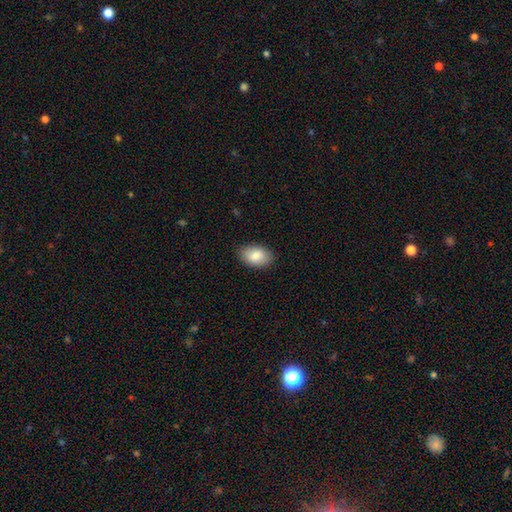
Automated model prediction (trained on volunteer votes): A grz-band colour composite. It shows a smooth galaxy with no disk features (85%) that is in between round and cigar-shaped (91%). Merging: none (87%).